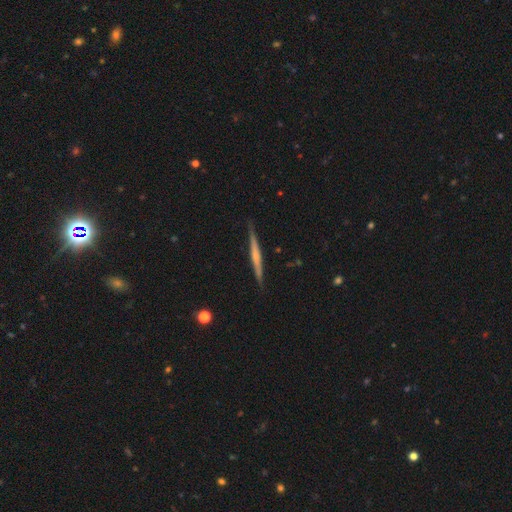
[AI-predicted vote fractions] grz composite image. It shows a featured or disk galaxy (64%) viewed edge-on (98%) with no central bulge (49%). Merging: none (89%).